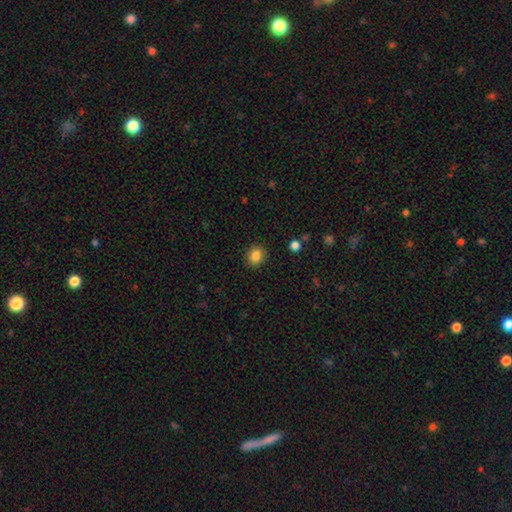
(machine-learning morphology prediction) Smooth or featured? smooth (85%)
How rounded? round (76%)
Merging? none (90%)